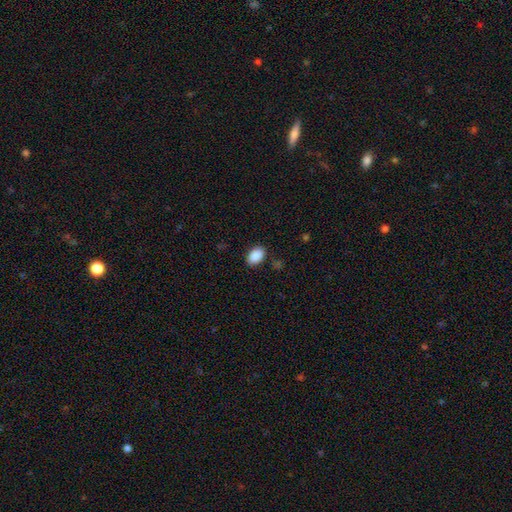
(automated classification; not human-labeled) Smooth or featured: smooth — 89% (star or artifact — 8%)
How rounded: in between — 87% (round — 12%)
Merging: none — 86% (minor disturbance — 10%)